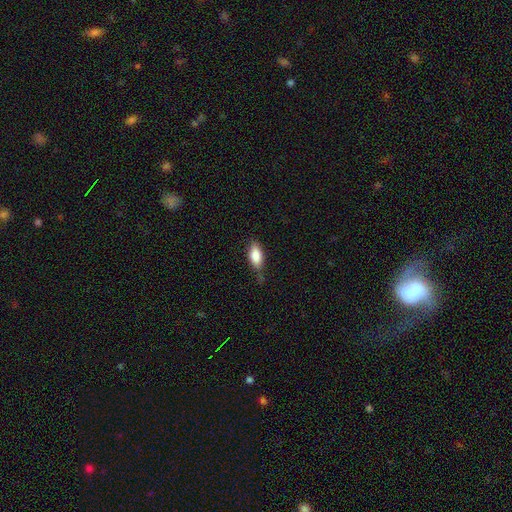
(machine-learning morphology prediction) Smooth or featured? smooth (83%)
How rounded? in between (85%)
Merging? none (62%)